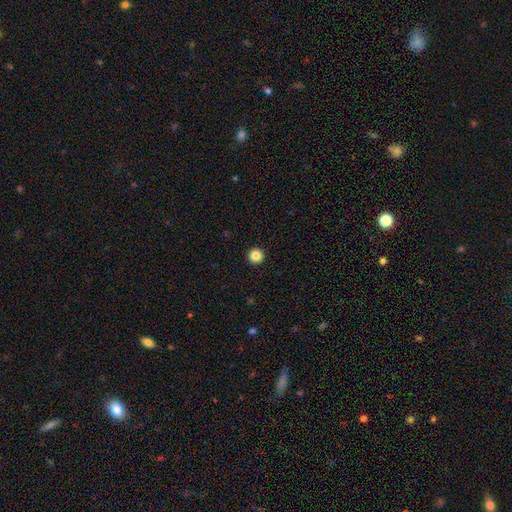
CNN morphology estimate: smooth-or-featured: smooth: 86% | star or artifact: 11% | featured or disk: 4%
  how-rounded: round: 97% | in between: 2% | cigar-shaped: 1%
  merging: none: 94% | minor disturbance: 3% | major disturbance: 1% | merger: 1%